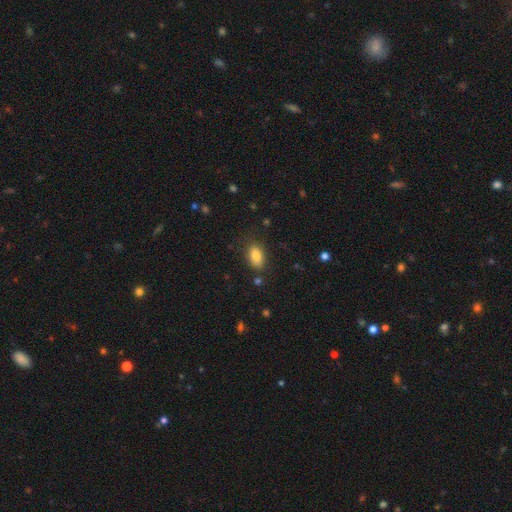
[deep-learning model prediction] smooth 84%, star or artifact 8%, featured or disk 8%. Down the decision tree: how rounded — in between (90%); merging — none (79%).